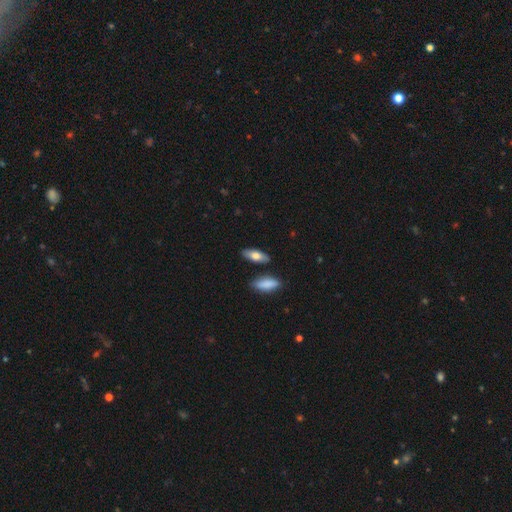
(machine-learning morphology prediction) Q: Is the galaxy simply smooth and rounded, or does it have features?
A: smooth — 75%.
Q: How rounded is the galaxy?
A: in between — 77%.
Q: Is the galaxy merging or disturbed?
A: none — 82%.